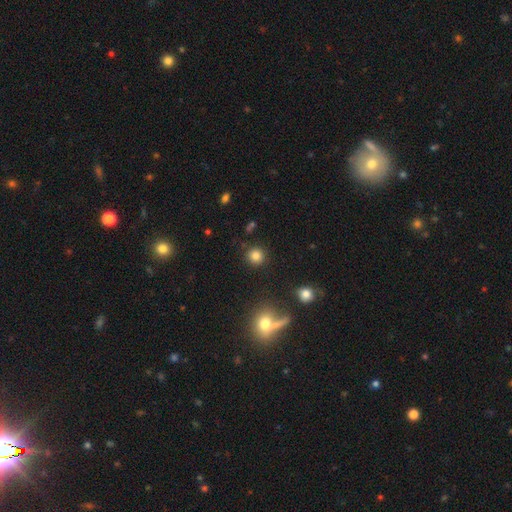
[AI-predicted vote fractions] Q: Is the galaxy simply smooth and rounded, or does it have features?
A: smooth — 82%.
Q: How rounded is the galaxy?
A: round — 92%.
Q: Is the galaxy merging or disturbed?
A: none — 88%.